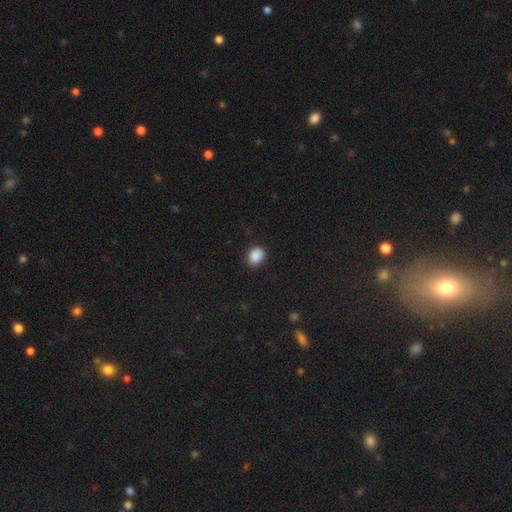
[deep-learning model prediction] Smooth or featured?
  - smooth: 89% *
  - star or artifact: 9%
  - featured or disk: 3%
How rounded?
  - round: 52% *
  - in between: 47%
  - cigar-shaped: 1%
Merging?
  - none: 87% *
  - minor disturbance: 10%
  - major disturbance: 2%
  - merger: 1%